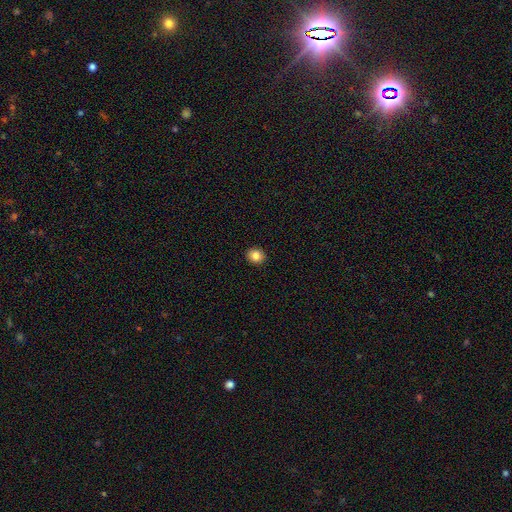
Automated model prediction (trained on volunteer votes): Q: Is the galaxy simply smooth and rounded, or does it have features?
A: smooth — 84%.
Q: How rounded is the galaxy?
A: round — 72%.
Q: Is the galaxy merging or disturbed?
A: none — 92%.